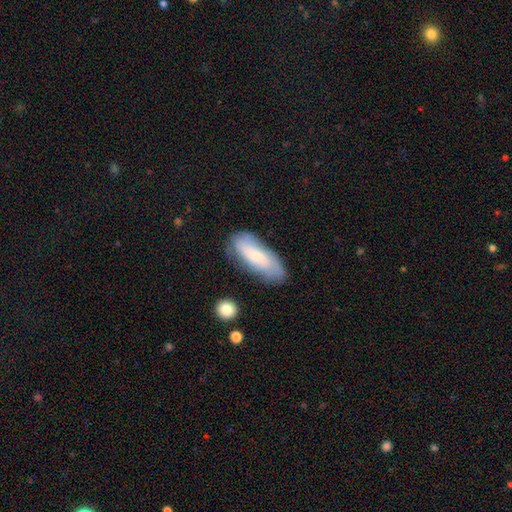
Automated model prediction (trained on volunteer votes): smooth_or_featured: smooth (p=0.61) [alt: featured or disk p=0.32]
how_rounded: in between (p=0.68) [alt: cigar-shaped p=0.30]
merging: none (p=0.73) [alt: minor disturbance p=0.20]